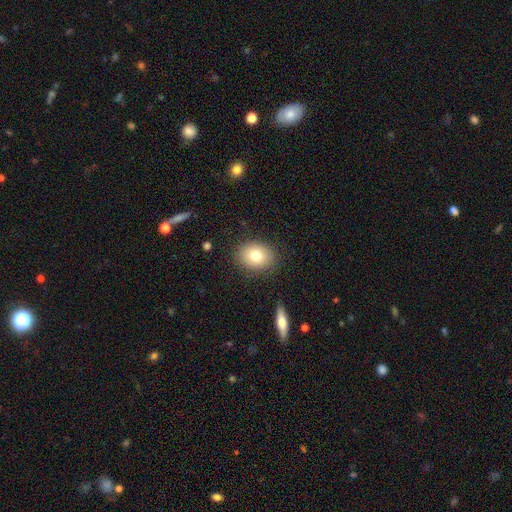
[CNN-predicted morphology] A smooth galaxy with no disk features (77%) that is in between round and cigar-shaped (54%).

Vote fractions:
- Smooth or featured? smooth: 77% / featured or disk: 13% / star or artifact: 10%
- How rounded? in between: 54% / round: 45% / cigar-shaped: 1%
- Merging? none: 86% / minor disturbance: 10% / major disturbance: 3% / merger: 2%